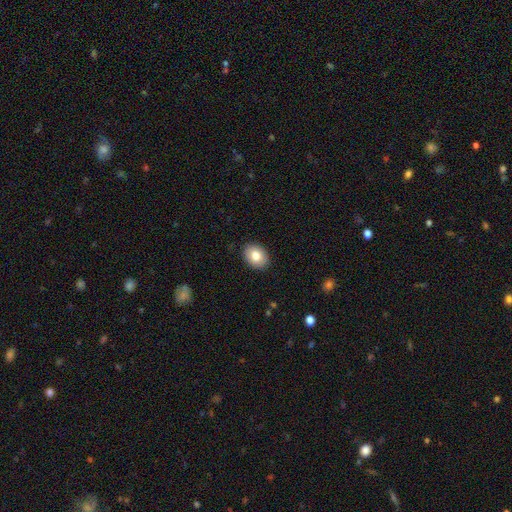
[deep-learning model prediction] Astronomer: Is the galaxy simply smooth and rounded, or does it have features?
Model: smooth — 81%.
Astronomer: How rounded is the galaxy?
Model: in between — 66%.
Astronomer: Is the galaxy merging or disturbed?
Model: none — 90%.